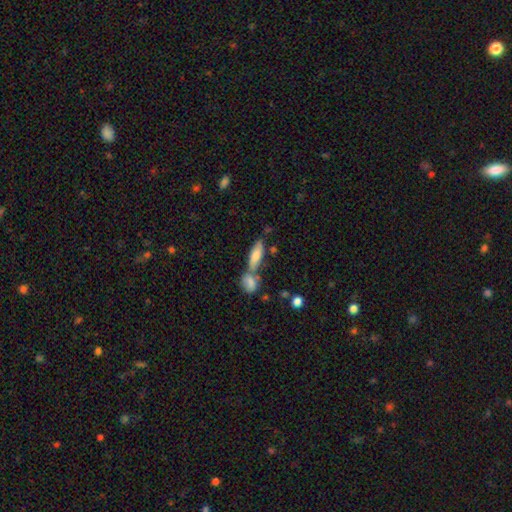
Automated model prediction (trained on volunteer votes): Smooth or featured?
  - smooth: 64% *
  - featured or disk: 28%
  - star or artifact: 8%
How rounded?
  - in between: 51% *
  - cigar-shaped: 46%
  - round: 3%
Merging?
  - none: 52% *
  - merger: 34%
  - minor disturbance: 10%
  - major disturbance: 4%